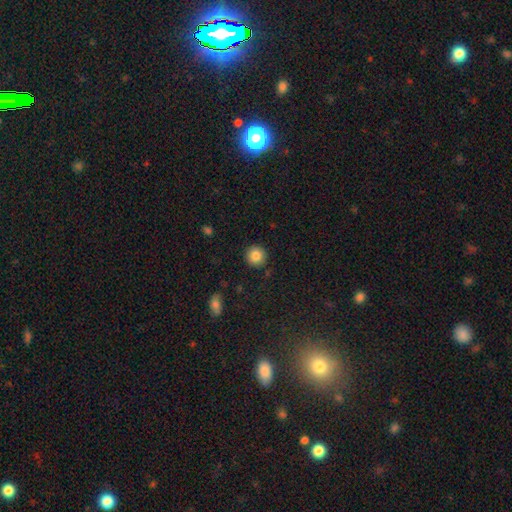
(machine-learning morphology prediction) Smooth or featured: smooth — 85% (star or artifact — 9%)
How rounded: round — 94% (in between — 5%)
Merging: none — 91% (minor disturbance — 5%)